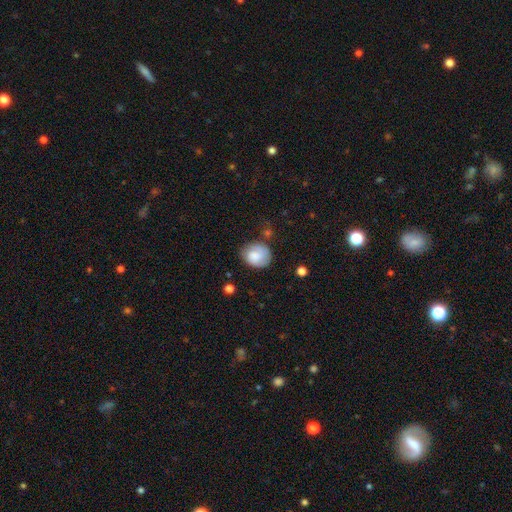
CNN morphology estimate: smooth_or_featured: smooth (p=0.75) [alt: featured or disk p=0.17]
how_rounded: round (p=0.63) [alt: in between p=0.36]
merging: none (p=0.60) [alt: minor disturbance p=0.28]